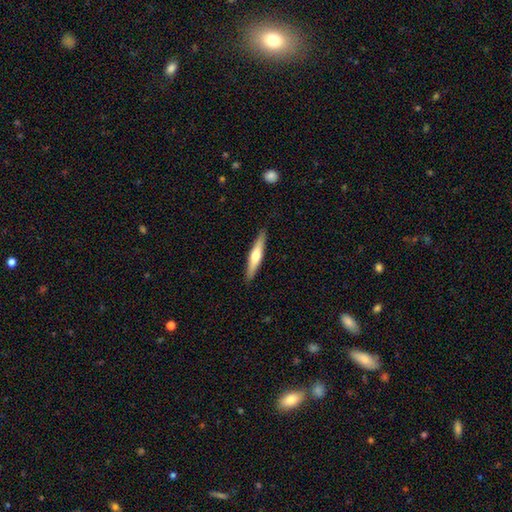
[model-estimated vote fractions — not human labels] Overall: smooth (49%; featured or disk 46%). Merging: none (90%).